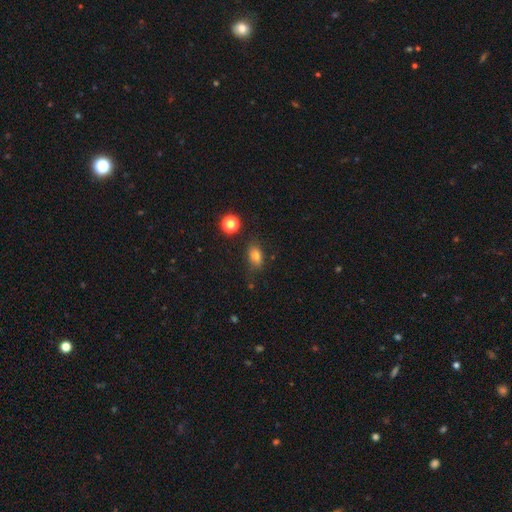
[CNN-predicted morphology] smooth-or-featured: smooth: 78% | star or artifact: 13% | featured or disk: 9%
  how-rounded: in between: 77% | round: 20% | cigar-shaped: 3%
  merging: none: 74% | minor disturbance: 18% | major disturbance: 5% | merger: 3%